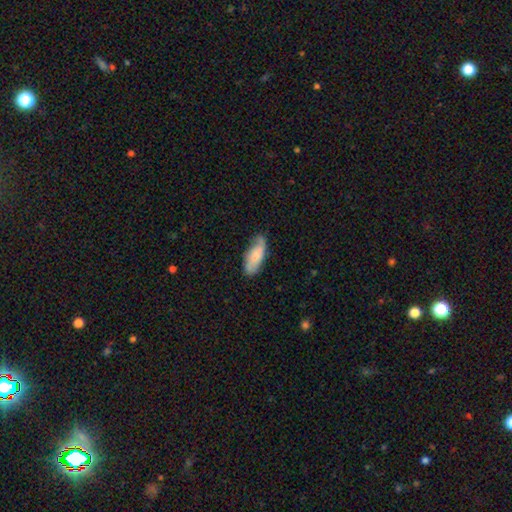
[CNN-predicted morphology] Smooth or featured? smooth (67%)
How rounded? in between (75%)
Merging? none (68%)